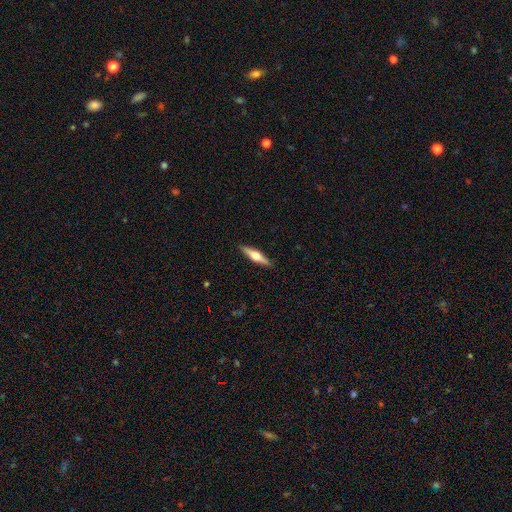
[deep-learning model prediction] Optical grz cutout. It shows a featured or disk galaxy (59%) viewed edge-on (97%) with a rounded central bulge (92%). Merging: none (90%).